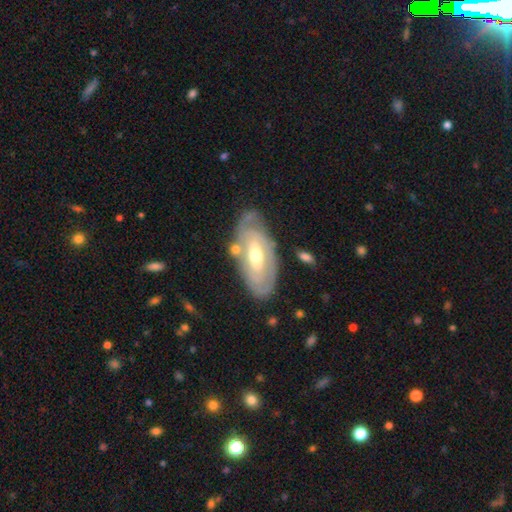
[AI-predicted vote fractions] Overall: featured or disk (75%). Edge-on disk: no (90%). Bar: no (44%; weak 37%). Spiral arms: yes (73%). Bulge size: moderate (65%; small 27%). Merging: none (69%).